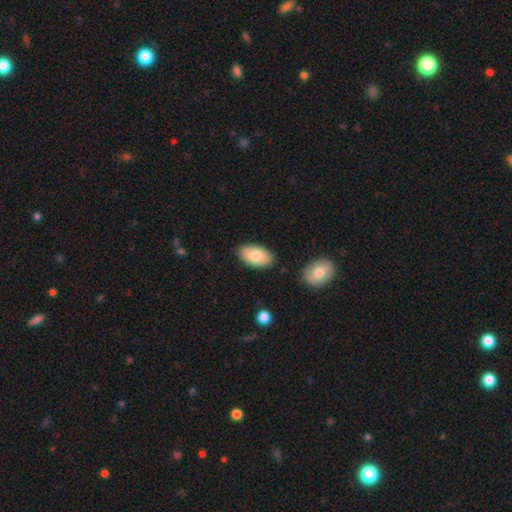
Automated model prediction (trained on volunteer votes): Morphology: type=smooth (83%); roundness=in between (95%); merging=none (85%).